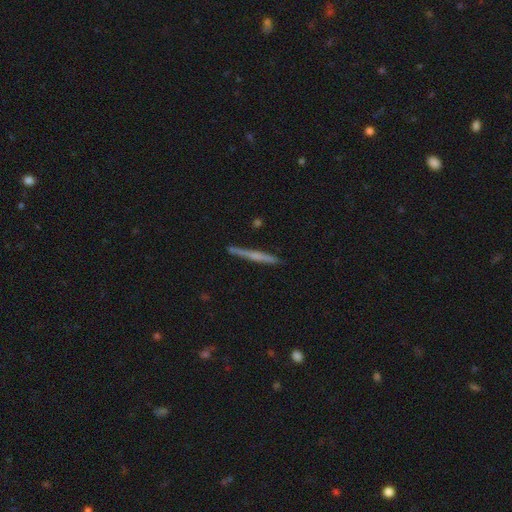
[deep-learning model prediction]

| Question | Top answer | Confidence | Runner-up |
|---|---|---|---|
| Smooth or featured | featured or disk | 58% | smooth (36%) |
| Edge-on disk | yes | 98% | no (2%) |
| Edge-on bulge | none | 52% | rounded (37%) |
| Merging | none | 89% | minor disturbance (8%) |